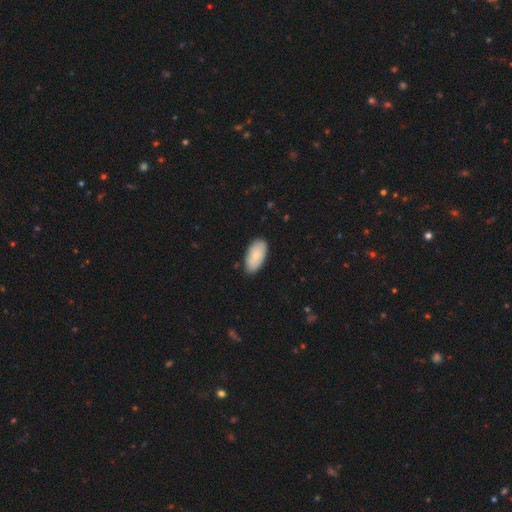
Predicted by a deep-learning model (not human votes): Smooth or featured?
  - smooth: 77% *
  - featured or disk: 17%
  - star or artifact: 6%
How rounded?
  - in between: 95% *
  - round: 3%
  - cigar-shaped: 2%
Merging?
  - none: 84% *
  - minor disturbance: 13%
  - major disturbance: 2%
  - merger: 1%